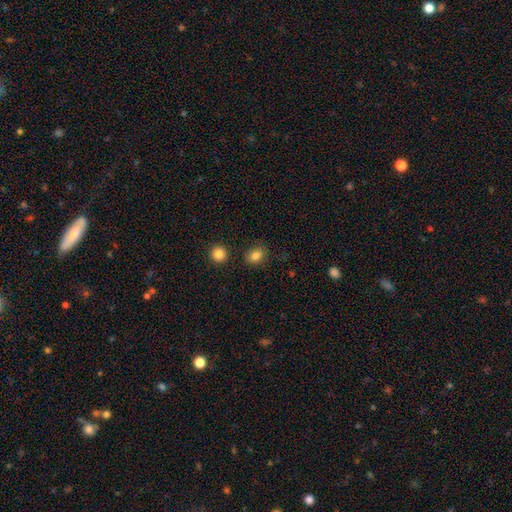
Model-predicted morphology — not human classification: Q: Smooth or featured?
A: smooth (83%); runner-up: star or artifact (11%)
Q: How rounded?
A: in between (58%); runner-up: round (41%)
Q: Merging?
A: none (83%); runner-up: minor disturbance (10%)